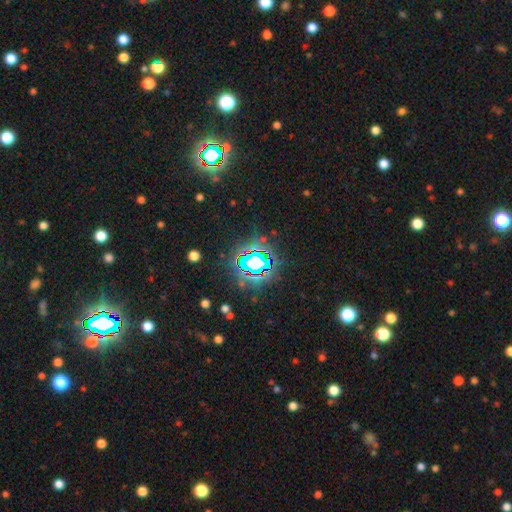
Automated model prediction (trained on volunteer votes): Smooth or featured? star or artifact (79%)